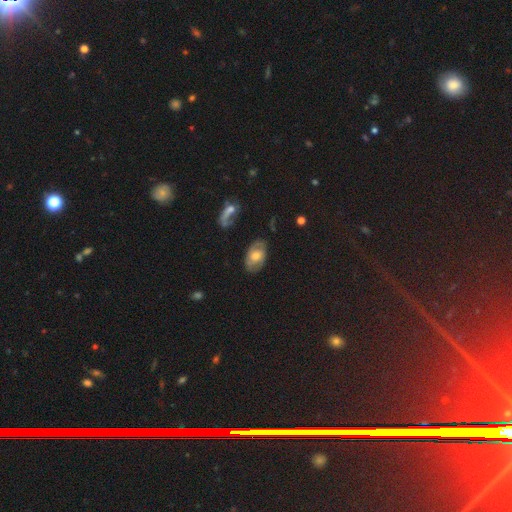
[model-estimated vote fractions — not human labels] Smooth or featured?
  - featured or disk: 48% *
  - smooth: 44%
  - star or artifact: 8%
Merging?
  - none: 72% *
  - minor disturbance: 19%
  - major disturbance: 7%
  - merger: 2%